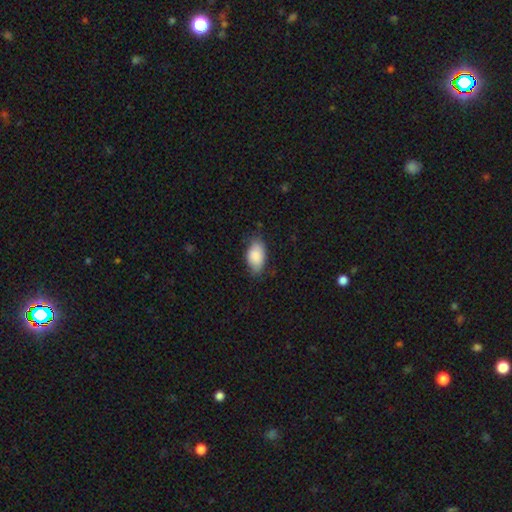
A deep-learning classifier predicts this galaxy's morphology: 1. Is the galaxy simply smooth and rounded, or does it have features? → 87% smooth, 7% featured or disk, 6% star or artifact.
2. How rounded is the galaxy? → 93% in between, 5% round, 2% cigar-shaped.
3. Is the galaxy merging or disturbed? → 70% none, 24% minor disturbance, 5% major disturbance, 1% merger.